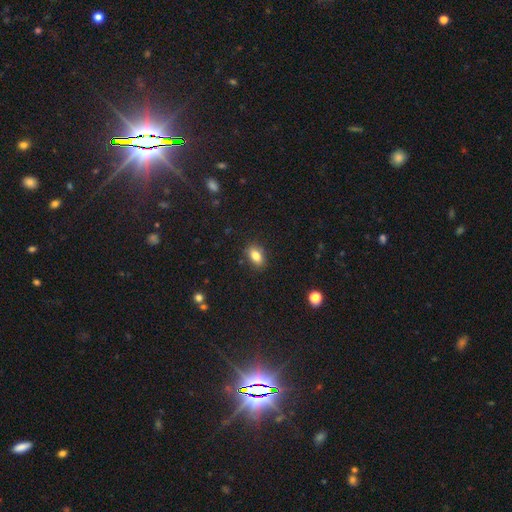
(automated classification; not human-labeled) This appears to be a smooth galaxy with no disk features (83%) that is in between round and cigar-shaped (86%). Merging: none (86%).